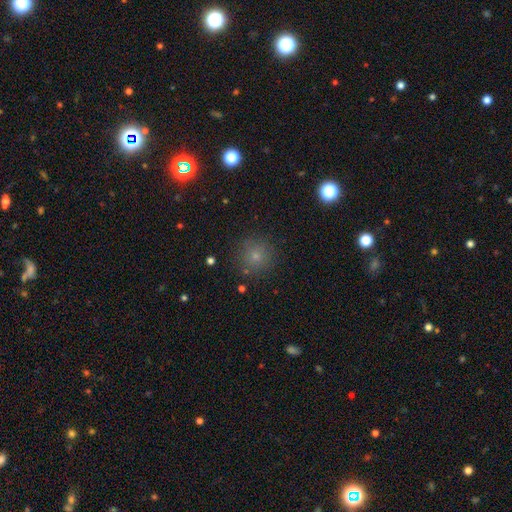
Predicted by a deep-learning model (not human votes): Smooth or featured? Predicted: smooth (p=0.72). How rounded? Predicted: round (p=0.95). Merging? Predicted: none (p=0.87).